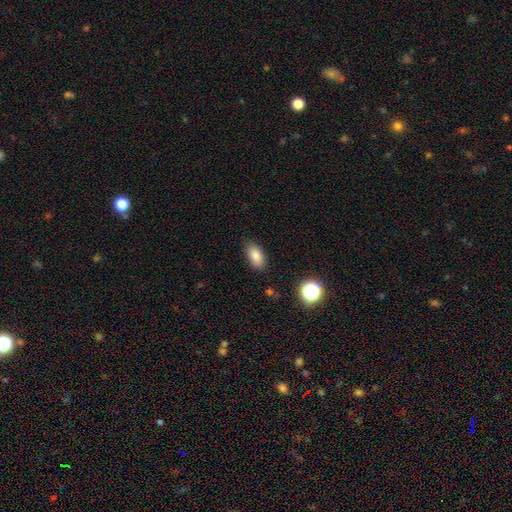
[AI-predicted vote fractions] This is clearly a smooth galaxy (84%). How rounded: clearly in between (90%). Merging: clearly none (85%).